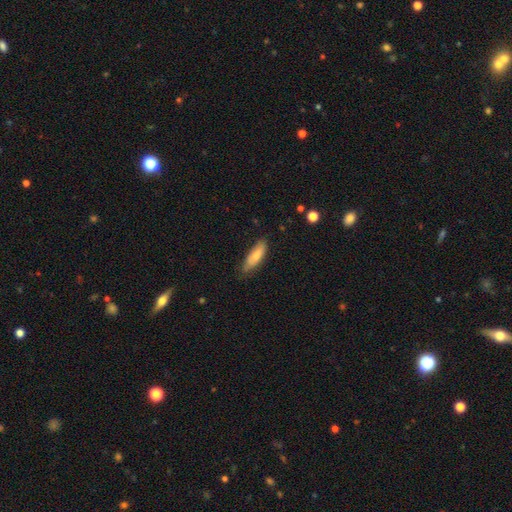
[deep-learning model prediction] A smooth galaxy with no disk features (76%) that is in between round and cigar-shaped (52%).

Vote fractions:
- Smooth or featured? smooth: 76% / featured or disk: 18% / star or artifact: 6%
- How rounded? in between: 52% / cigar-shaped: 46% / round: 2%
- Merging? none: 73% / minor disturbance: 22% / major disturbance: 3% / merger: 1%